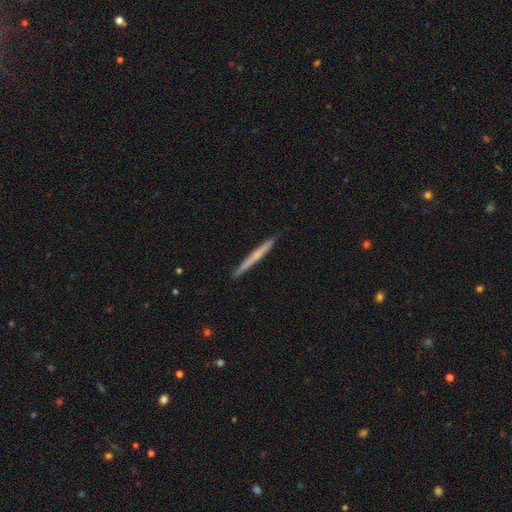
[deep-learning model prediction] Smooth or featured?
  - smooth: 50% *
  - featured or disk: 44%
  - star or artifact: 5%
How rounded?
  - cigar-shaped: 97% *
  - in between: 2%
  - round: 1%
Merging?
  - none: 92% *
  - minor disturbance: 6%
  - major disturbance: 1%
  - merger: 1%